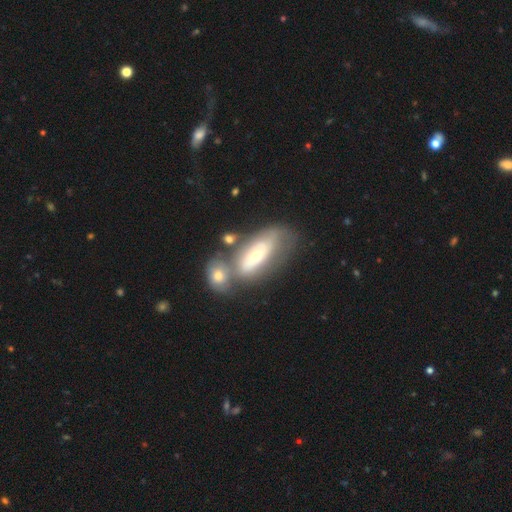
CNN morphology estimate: This appears to be a featured or disk galaxy (51%). Merging: merger (44%).